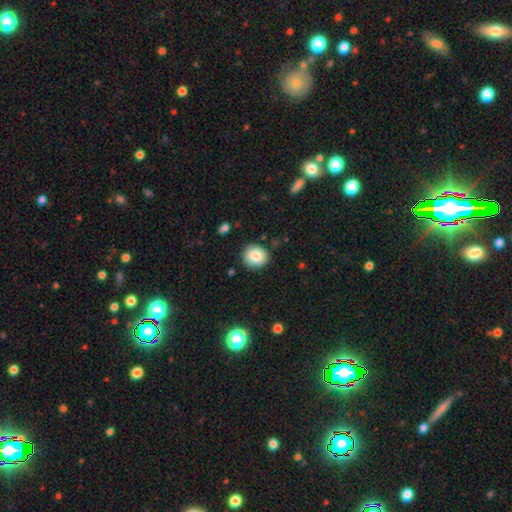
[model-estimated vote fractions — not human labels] The model was most divided on "smooth or featured": smooth: 83%, star or artifact: 9%, featured or disk: 8%. More confident: merging — none (89%); how rounded — round (88%).